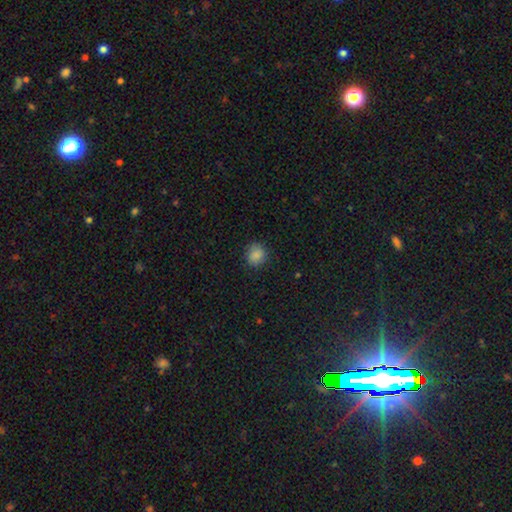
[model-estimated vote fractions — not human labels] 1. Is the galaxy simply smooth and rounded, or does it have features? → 85% smooth, 11% star or artifact, 4% featured or disk.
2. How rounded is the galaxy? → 80% round, 19% in between, 1% cigar-shaped.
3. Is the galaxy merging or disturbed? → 85% none, 11% minor disturbance, 3% major disturbance, 1% merger.